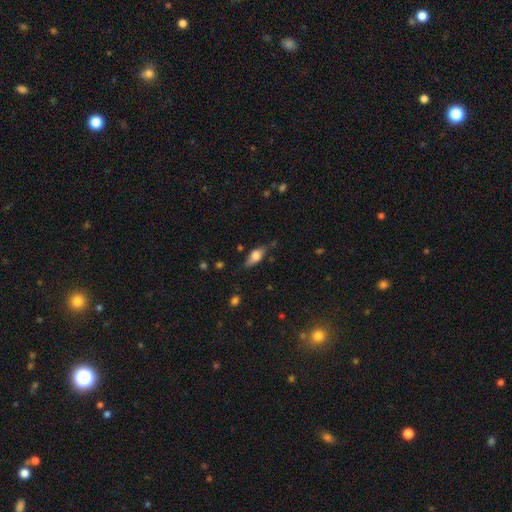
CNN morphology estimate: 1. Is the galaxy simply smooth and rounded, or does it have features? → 63% smooth, 29% featured or disk, 8% star or artifact.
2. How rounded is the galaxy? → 77% in between, 18% cigar-shaped, 5% round.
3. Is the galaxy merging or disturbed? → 65% none, 25% minor disturbance, 7% major disturbance, 2% merger.